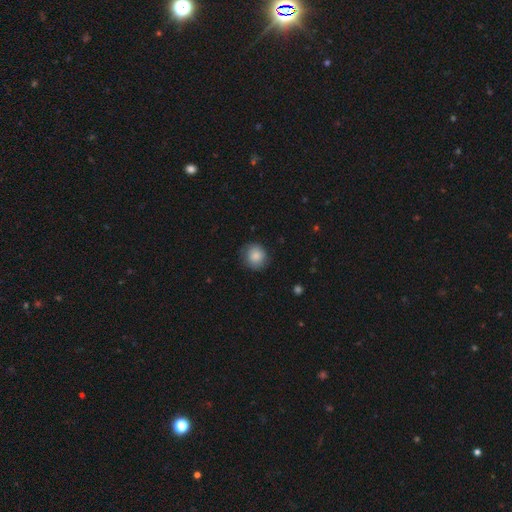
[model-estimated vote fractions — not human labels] Smooth or featured?
  - smooth: 86% *
  - star or artifact: 7%
  - featured or disk: 7%
How rounded?
  - round: 85% *
  - in between: 14%
  - cigar-shaped: 1%
Merging?
  - none: 81% *
  - minor disturbance: 15%
  - major disturbance: 4%
  - merger: 1%